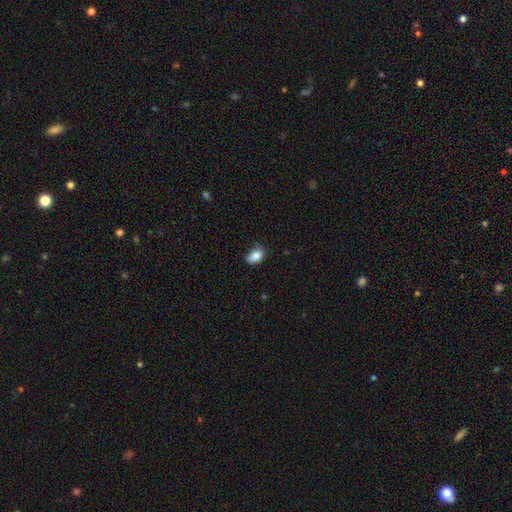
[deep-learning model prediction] Smooth or featured?
  - smooth: 85% *
  - star or artifact: 8%
  - featured or disk: 6%
How rounded?
  - in between: 87% *
  - round: 11%
  - cigar-shaped: 2%
Merging?
  - none: 60% *
  - minor disturbance: 32%
  - major disturbance: 6%
  - merger: 2%